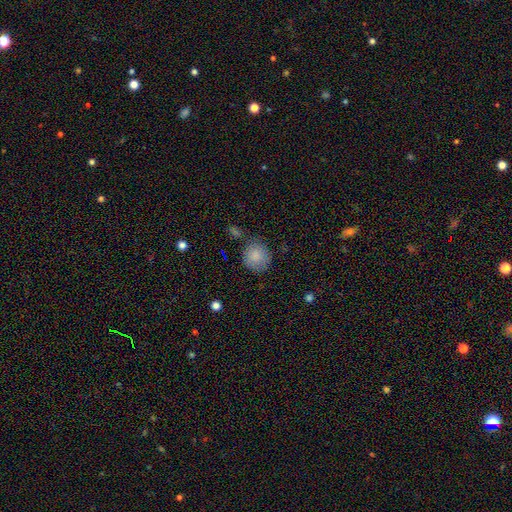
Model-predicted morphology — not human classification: Smooth or featured: smooth — 85% (star or artifact — 7%)
How rounded: round — 86% (in between — 13%)
Merging: none — 73% (minor disturbance — 17%)